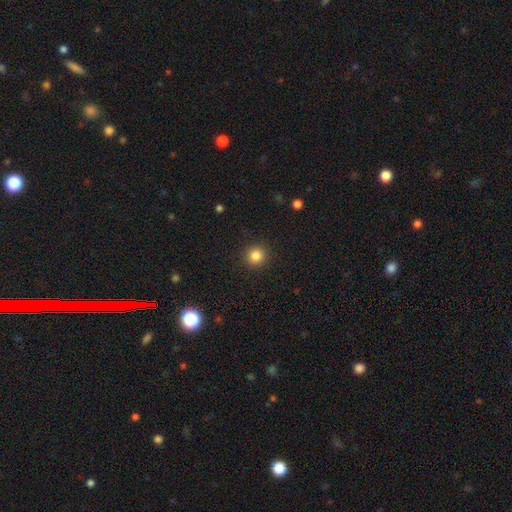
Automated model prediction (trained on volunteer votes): smooth-or-featured: smooth: 84% | star or artifact: 11% | featured or disk: 4%
  how-rounded: round: 91% | in between: 8% | cigar-shaped: 1%
  merging: none: 91% | minor disturbance: 6% | major disturbance: 2% | merger: 1%